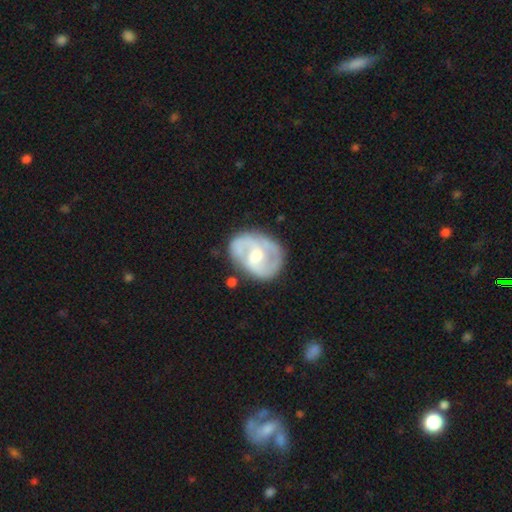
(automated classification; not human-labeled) Smooth or featured? featured or disk (78%)
Edge-on disk? no (97%)
Bar? weak (47%)
Spiral arms? yes (87%)
Spiral winding? medium (47%)
Spiral arm count? 2 (68%)
Bulge size? moderate (60%)
Merging? none (67%)